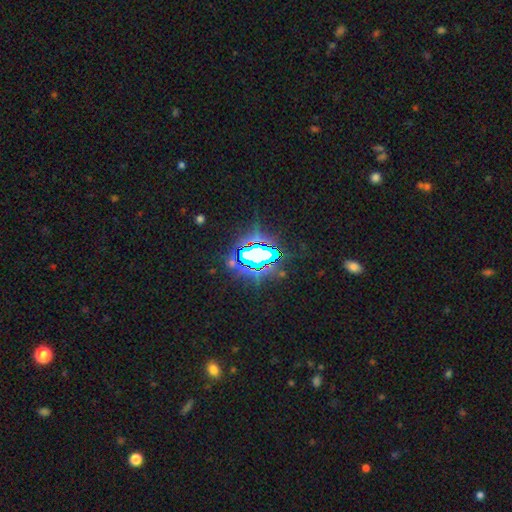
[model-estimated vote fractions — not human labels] Smooth or featured: star or artifact — 74% (smooth — 14%)